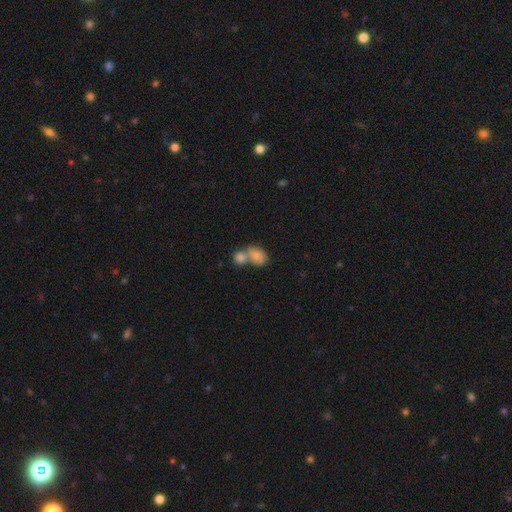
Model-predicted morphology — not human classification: Smooth or featured: smooth — 82% (featured or disk — 11%)
How rounded: in between — 67% (round — 31%)
Merging: merger — 64% (none — 25%)